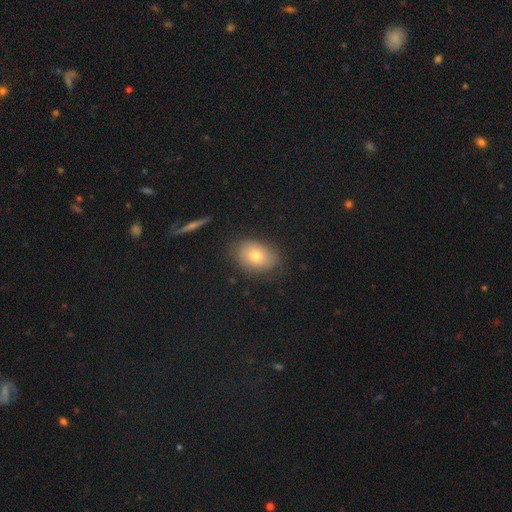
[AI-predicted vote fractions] smooth-or-featured: smooth: 71% | featured or disk: 18% | star or artifact: 11%
  how-rounded: in between: 74% | round: 24% | cigar-shaped: 1%
  merging: none: 80% | minor disturbance: 14% | major disturbance: 4% | merger: 2%